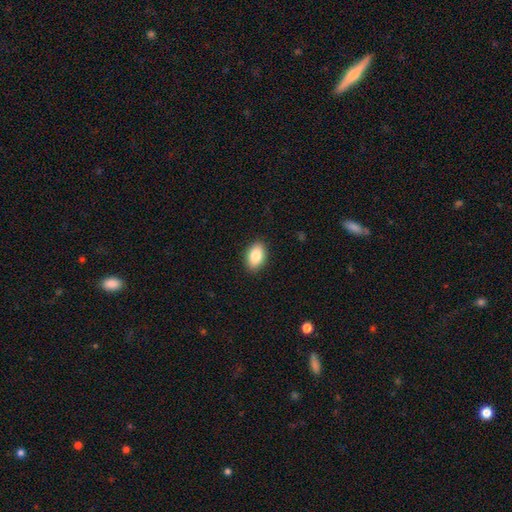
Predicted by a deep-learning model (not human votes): Morphology: type=smooth (85%); roundness=in between (88%); merging=none (89%).